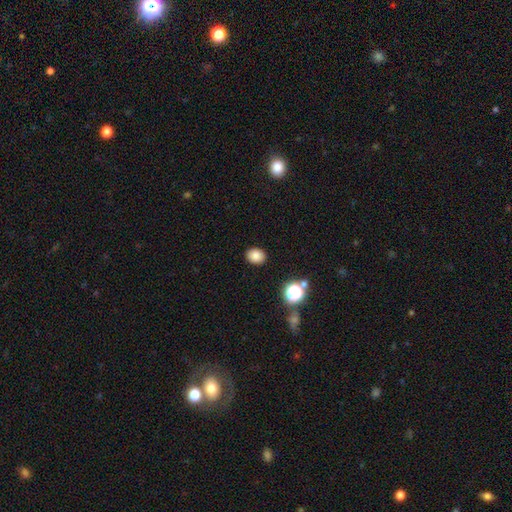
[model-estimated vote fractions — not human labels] Smooth or featured: smooth — 83% (star or artifact — 12%)
How rounded: in between — 55% (round — 44%)
Merging: none — 89% (minor disturbance — 7%)